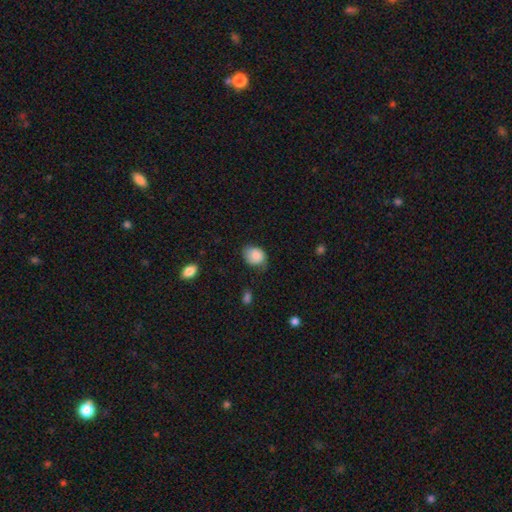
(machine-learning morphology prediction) This is clearly a smooth galaxy (83%). How rounded: possibly in between (59%). Merging: possibly none (57%).